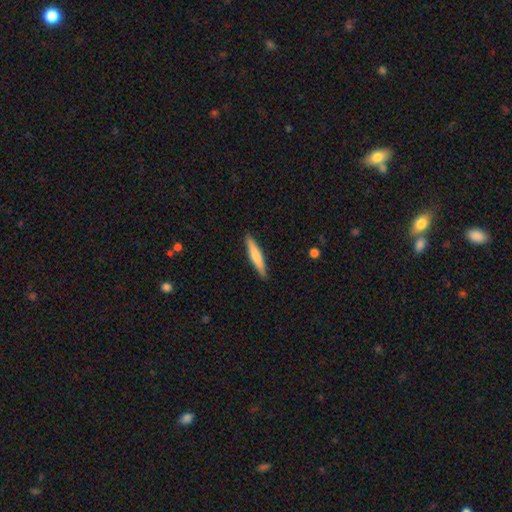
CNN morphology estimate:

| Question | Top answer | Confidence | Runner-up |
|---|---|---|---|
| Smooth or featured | smooth | 66% | featured or disk (29%) |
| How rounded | cigar-shaped | 92% | in between (7%) |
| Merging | none | 90% | minor disturbance (7%) |